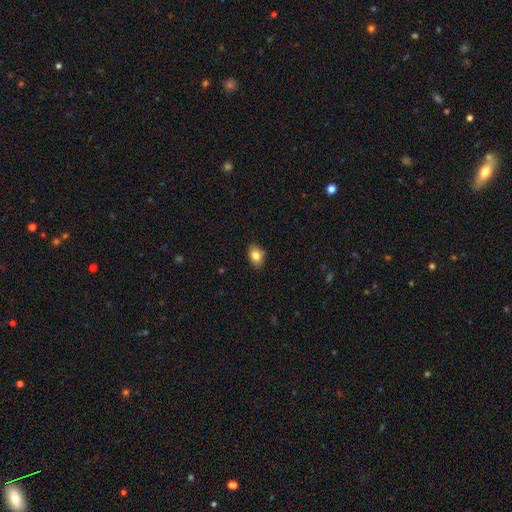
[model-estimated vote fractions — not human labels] The model was most divided on "how rounded": in between: 77%, round: 22%, cigar-shaped: 1%. More confident: smooth or featured — smooth (83%); merging — none (83%).